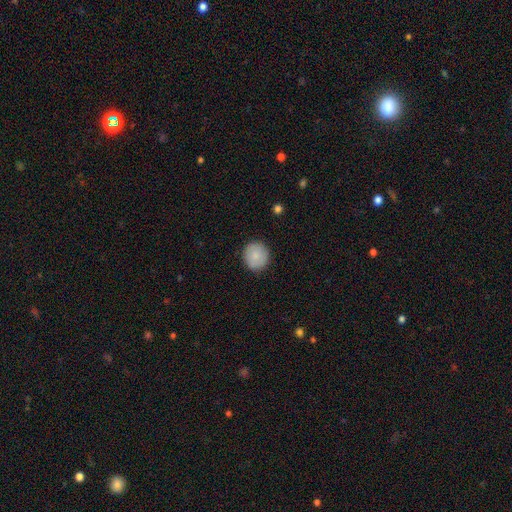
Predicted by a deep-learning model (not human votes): Smooth or featured: smooth — 86% (featured or disk — 7%)
How rounded: round — 88% (in between — 11%)
Merging: none — 89% (minor disturbance — 8%)